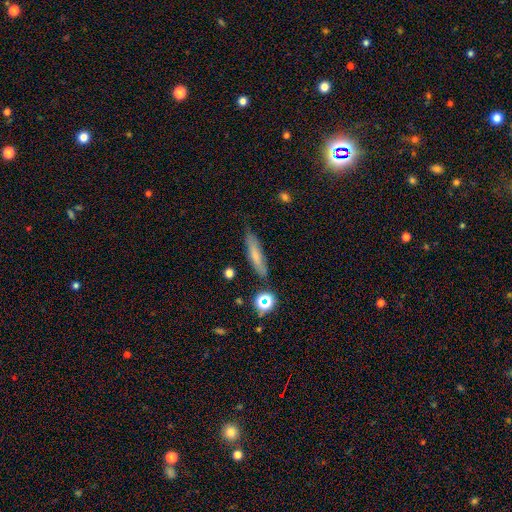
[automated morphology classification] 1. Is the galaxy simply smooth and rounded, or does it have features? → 68% smooth, 22% featured or disk, 10% star or artifact.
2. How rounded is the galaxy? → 79% cigar-shaped, 17% in between, 3% round.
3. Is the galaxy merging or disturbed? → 80% none, 14% minor disturbance, 3% major disturbance, 3% merger.